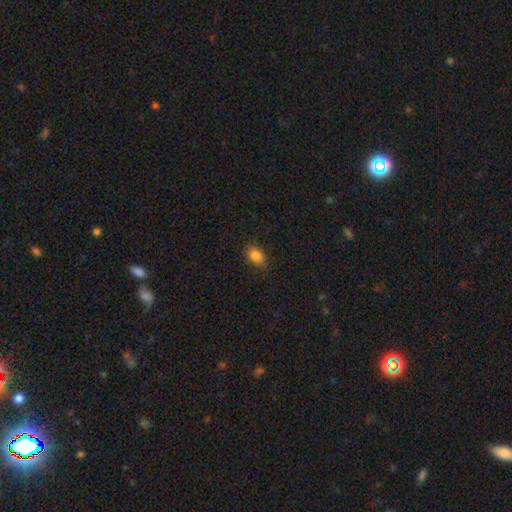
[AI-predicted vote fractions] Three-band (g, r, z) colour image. It shows a smooth galaxy with no disk features (85%) that is in between round and cigar-shaped (75%). Merging: none (78%).